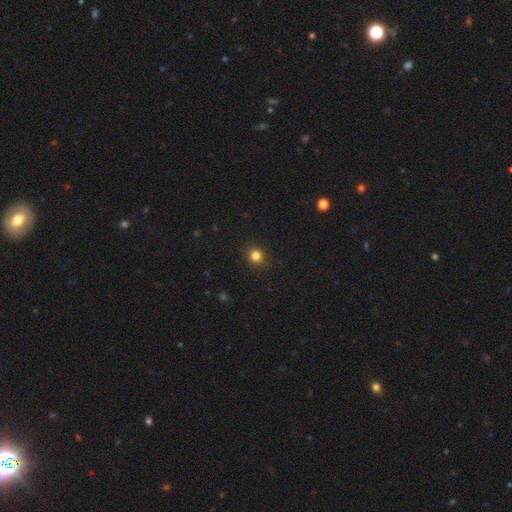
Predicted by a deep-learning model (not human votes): Overall: smooth (82%). How rounded: round (86%). Merging: none (91%).